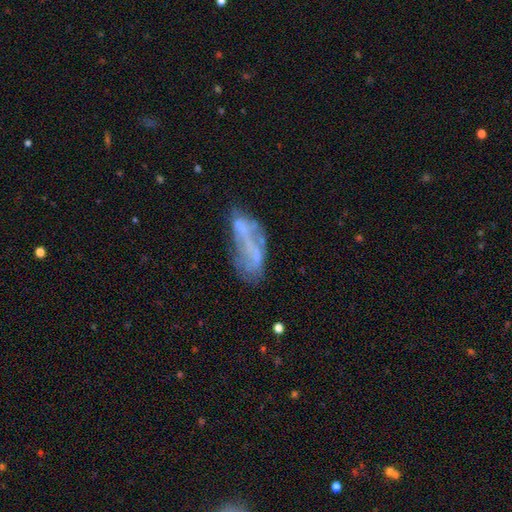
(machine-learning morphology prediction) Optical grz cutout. It shows a featured or disk galaxy (54%) with no bar (73%), no spiral arms (79%) and no central bulge (69%). Merging: none (36%).